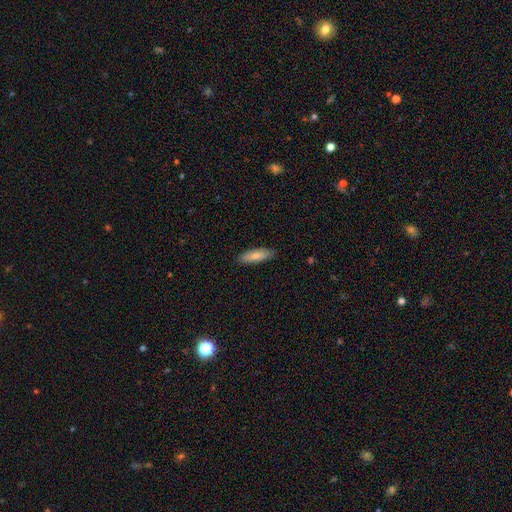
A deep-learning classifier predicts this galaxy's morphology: type=smooth (82%); roundness=in between (50%); merging=none (86%).